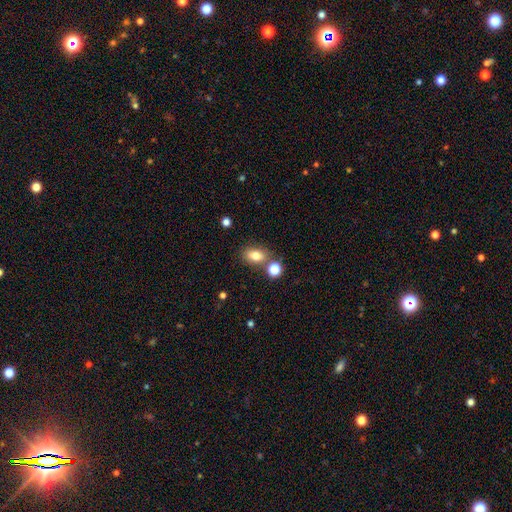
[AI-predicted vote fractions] A smooth galaxy with no disk features (78%) that is in between round and cigar-shaped (79%). Merging: none (67%).